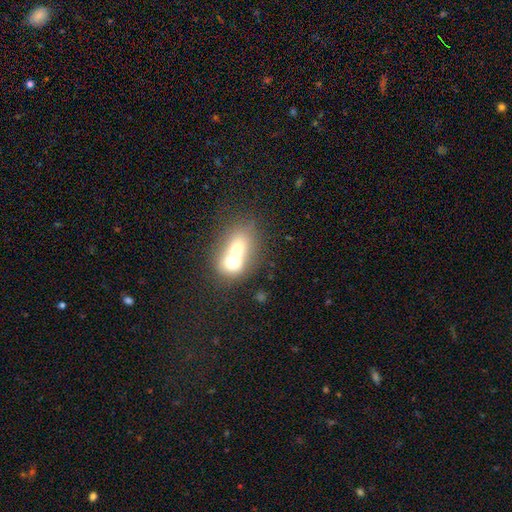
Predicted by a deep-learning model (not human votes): Overall: smooth (60%; featured or disk 29%). How rounded: in between (52%; round 45%). Merging: merger (74%).